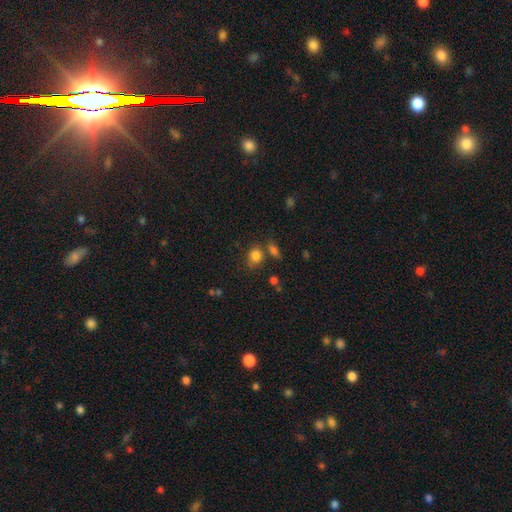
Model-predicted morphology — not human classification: smooth_or_featured: smooth (p=0.82) [alt: star or artifact p=0.12]
how_rounded: round (p=0.54) [alt: in between p=0.45]
merging: none (p=0.61) [alt: merger p=0.17]